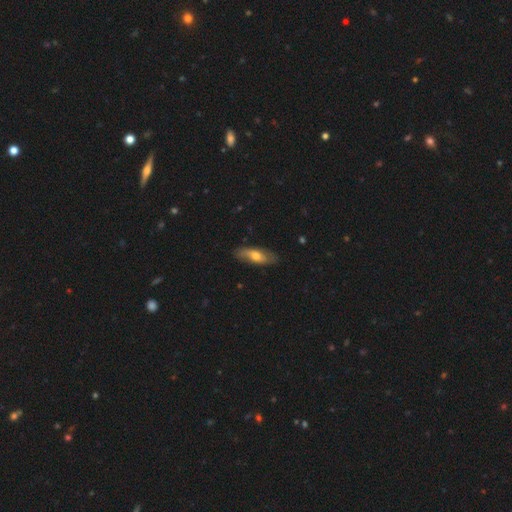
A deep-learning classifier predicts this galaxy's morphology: smooth_or_featured: smooth (p=0.53) [alt: featured or disk p=0.41]
how_rounded: in between (p=0.60) [alt: cigar-shaped p=0.37]
merging: none (p=0.80) [alt: minor disturbance p=0.16]